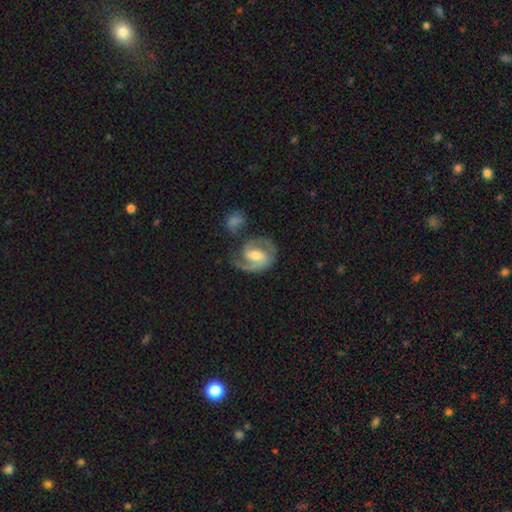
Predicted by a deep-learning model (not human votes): Smooth or featured?
  - featured or disk: 86% *
  - smooth: 9%
  - star or artifact: 5%
Edge-on disk?
  - no: 98% *
  - yes: 2%
Bar?
  - weak: 50% *
  - strong: 29%
  - no: 21%
Spiral arms?
  - yes: 96% *
  - no: 4%
Spiral winding?
  - medium: 51% *
  - tight: 36%
  - loose: 13%
Spiral arm count?
  - 2: 79% *
  - 1: 12%
  - can't tell: 5%
  - 3: 3%
  - 4: 1%
  - more than 4: 1%
Bulge size?
  - moderate: 60% *
  - small: 28%
  - large: 8%
  - none: 3%
  - dominant: 1%
Merging?
  - none: 61% *
  - minor disturbance: 18%
  - major disturbance: 11%
  - merger: 10%